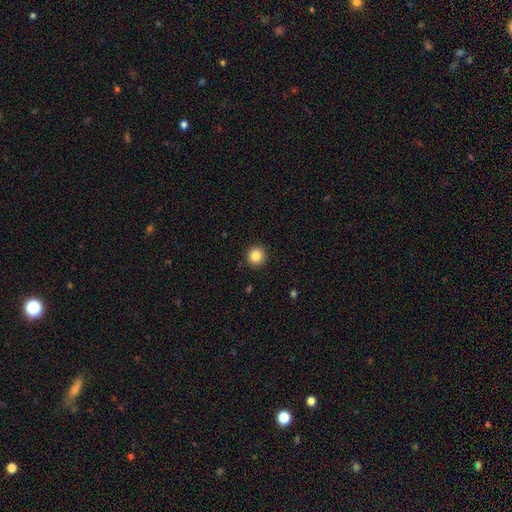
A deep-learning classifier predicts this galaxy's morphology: smooth-or-featured: smooth: 86% | star or artifact: 10% | featured or disk: 4%
  how-rounded: round: 94% | in between: 5% | cigar-shaped: 1%
  merging: none: 92% | minor disturbance: 5% | major disturbance: 2% | merger: 1%